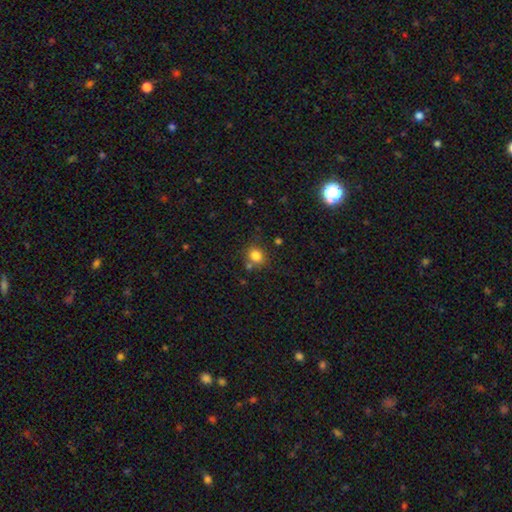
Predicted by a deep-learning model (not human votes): This appears to be a smooth galaxy with no disk features (81%) that is round (79%). Merging: none (71%).